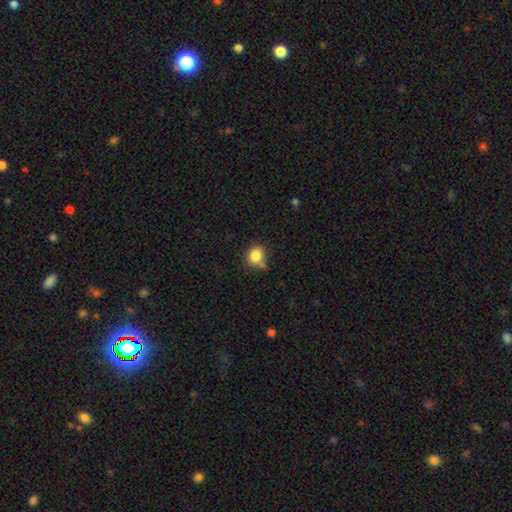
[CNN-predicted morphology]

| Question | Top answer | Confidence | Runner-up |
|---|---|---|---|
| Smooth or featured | smooth | 84% | star or artifact (10%) |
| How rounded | round | 72% | in between (27%) |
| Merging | none | 64% | minor disturbance (19%) |